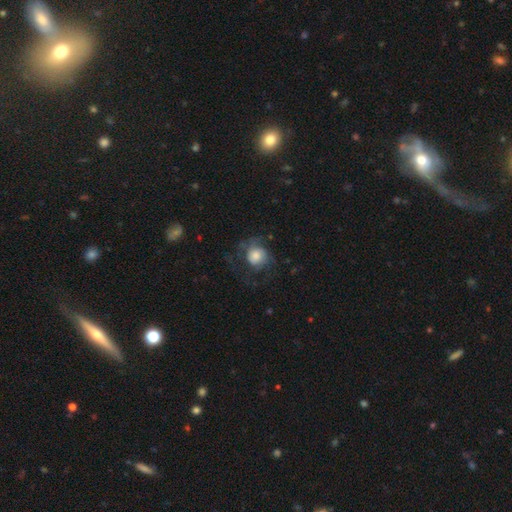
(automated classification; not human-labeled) A featured or disk galaxy (47%). Merging: none (51%).